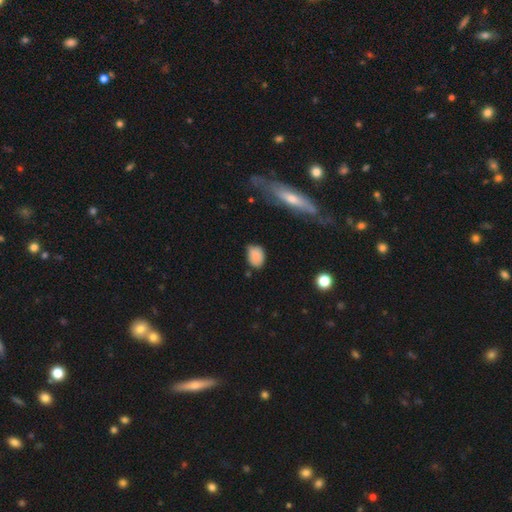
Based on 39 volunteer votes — Smooth or featured? 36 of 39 (92%) said smooth. How rounded? 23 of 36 (64%) said in between. Merging? 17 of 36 (47%, tied with minor disturbance) said none.